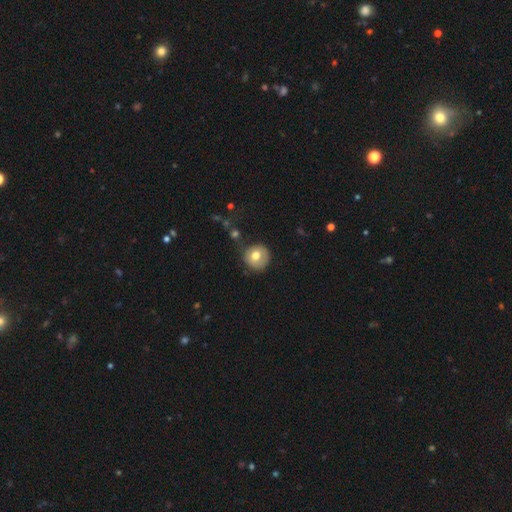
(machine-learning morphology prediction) A smooth galaxy with no disk features (69%) that is round (90%). Merging: none (76%).